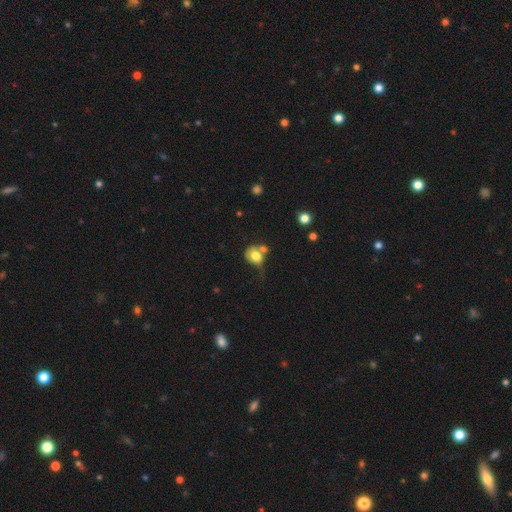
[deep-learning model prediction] Q: Smooth or featured?
A: smooth (72%); runner-up: featured or disk (19%)
Q: How rounded?
A: round (55%); runner-up: in between (44%)
Q: Merging?
A: merger (35%); runner-up: none (27%)